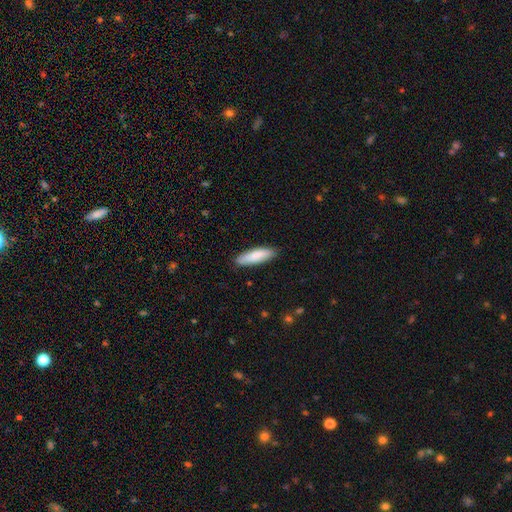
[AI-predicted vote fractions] This is clearly a smooth galaxy (83%). How rounded: possibly cigar-shaped (60%). Merging: clearly none (87%).